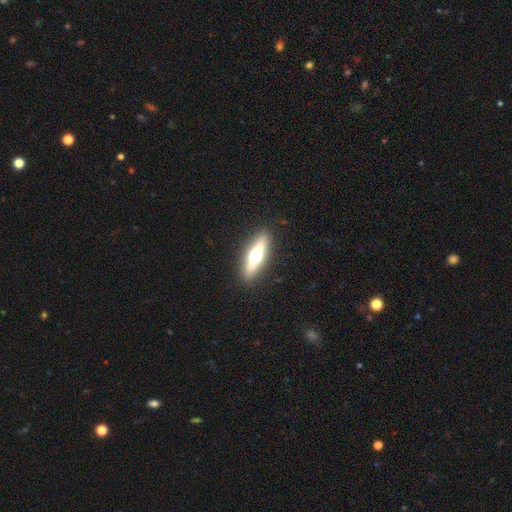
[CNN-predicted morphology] This appears to be a featured or disk galaxy (57%) viewed edge-on (89%) with a rounded central bulge (95%). Merging: none (89%).